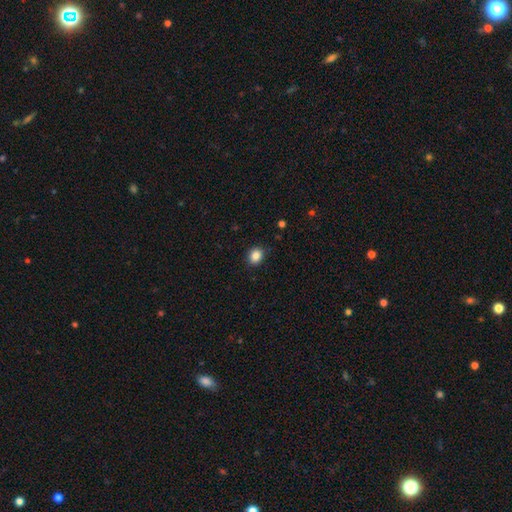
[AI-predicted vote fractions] Smooth or featured? Predicted: smooth (p=0.86). How rounded? Predicted: round (p=0.60). Merging? Predicted: none (p=0.88).